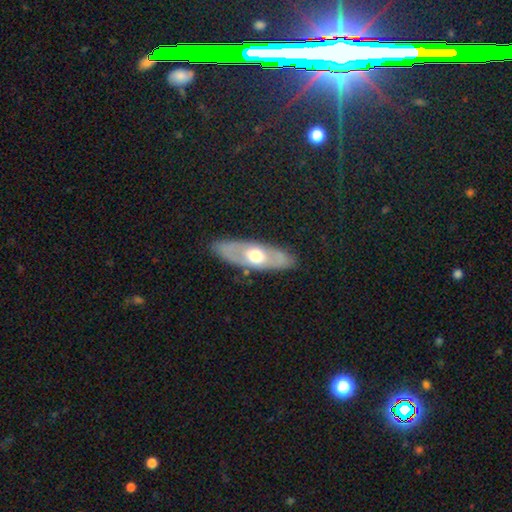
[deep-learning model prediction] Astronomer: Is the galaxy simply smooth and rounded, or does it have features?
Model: featured or disk — 54% (runner-up: smooth, 41%).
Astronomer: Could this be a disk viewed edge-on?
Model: no — 70%.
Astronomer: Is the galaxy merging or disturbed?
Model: none — 85%.